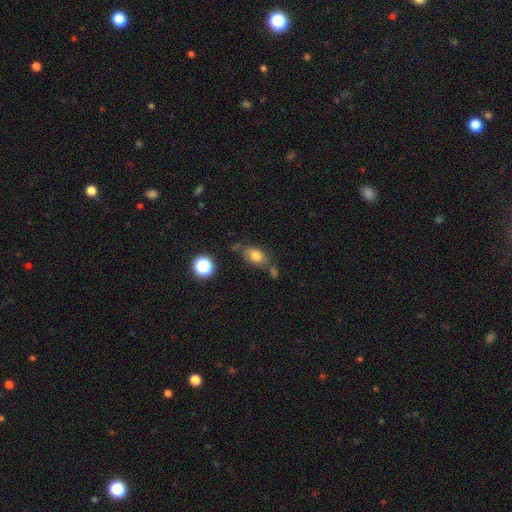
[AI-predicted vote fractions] Smooth or featured? smooth (76%)
How rounded? in between (77%)
Merging? none (59%)